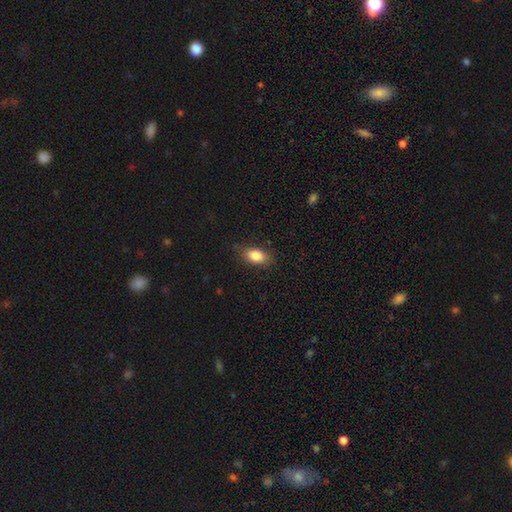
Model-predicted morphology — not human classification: type=smooth (84%); roundness=in between (87%); merging=none (83%).